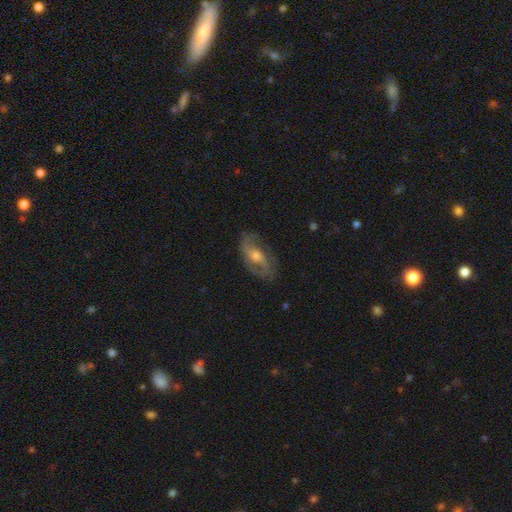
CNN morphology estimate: Smooth or featured? featured or disk (79%)
Edge-on disk? no (93%)
Bar? no (43%)
Spiral arms? yes (91%)
Spiral winding? medium (46%)
Spiral arm count? 2 (85%)
Bulge size? moderate (64%)
Merging? none (76%)